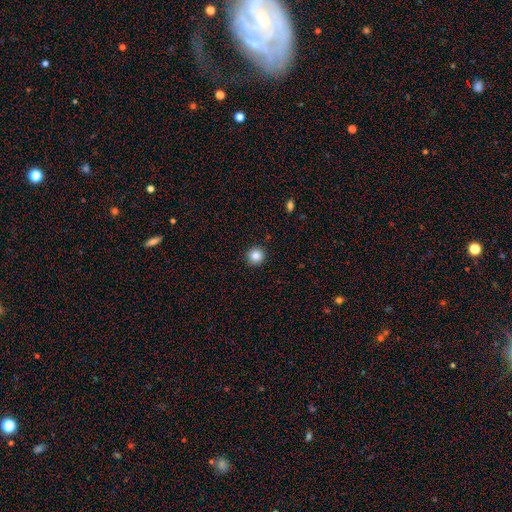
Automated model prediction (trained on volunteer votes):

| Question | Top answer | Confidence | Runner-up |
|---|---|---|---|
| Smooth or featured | smooth | 85% | star or artifact (10%) |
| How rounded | round | 94% | in between (5%) |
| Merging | none | 92% | minor disturbance (5%) |